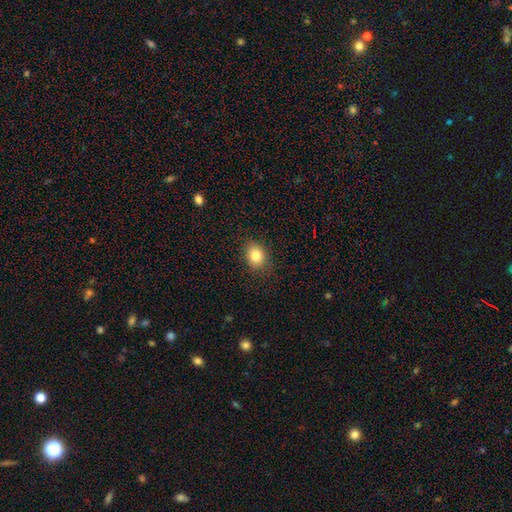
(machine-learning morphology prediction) A smooth galaxy with no disk features (82%) that is in between round and cigar-shaped (51%). Merging: none (86%).